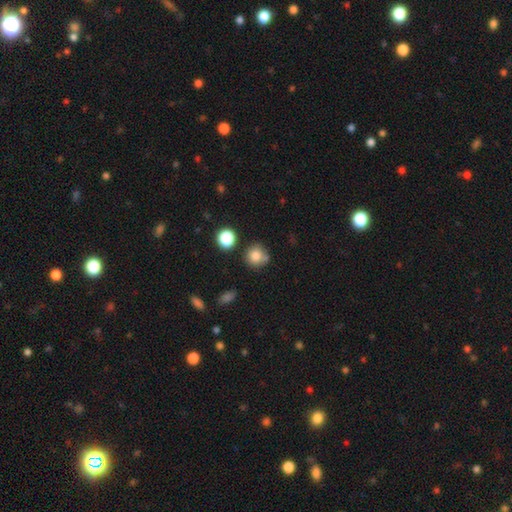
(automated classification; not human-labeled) Smooth or featured? Predicted: smooth (p=0.81). How rounded? Predicted: round (p=0.87). Merging? Predicted: none (p=0.66).